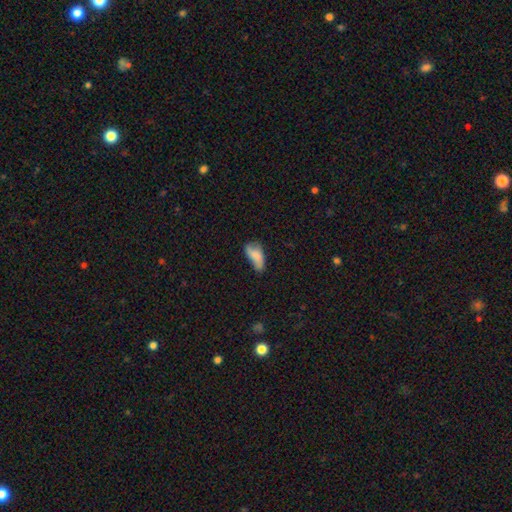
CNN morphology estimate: type=smooth (73%); roundness=in between (88%); merging=none (39%).